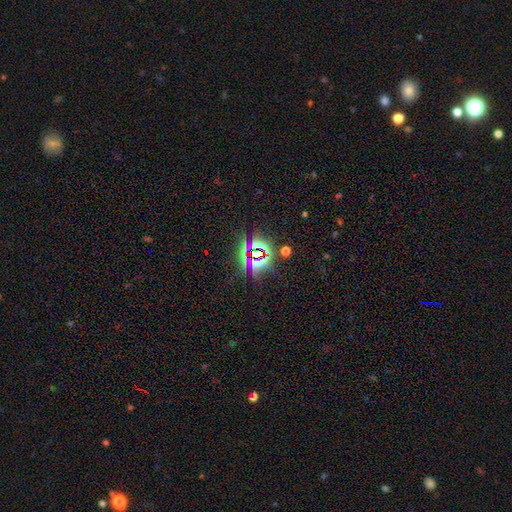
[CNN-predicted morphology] Smooth or featured?
  - star or artifact: 77% *
  - smooth: 14%
  - featured or disk: 10%